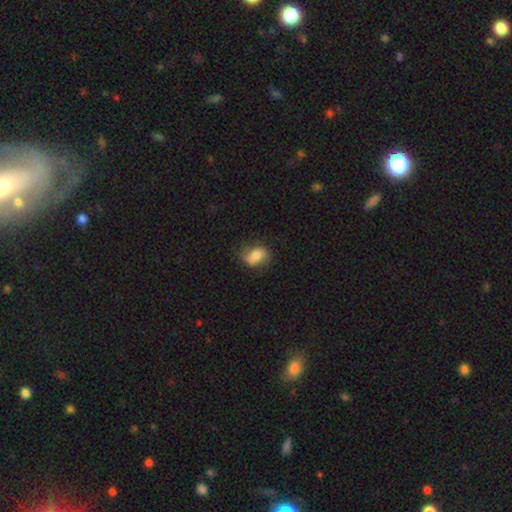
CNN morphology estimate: Smooth or featured? Predicted: smooth (p=0.67). How rounded? Predicted: in between (p=0.77). Merging? Predicted: none (p=0.71).